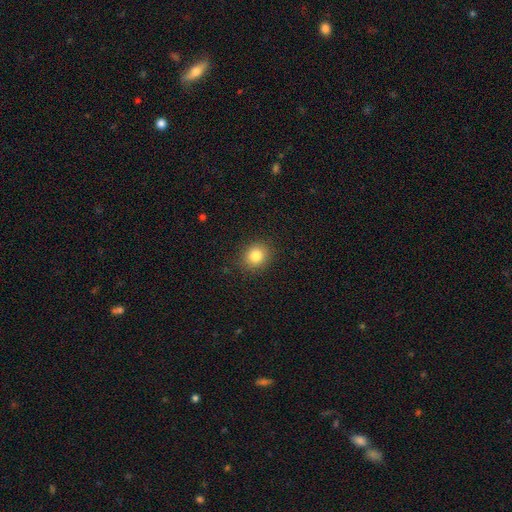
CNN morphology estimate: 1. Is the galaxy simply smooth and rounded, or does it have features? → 82% smooth, 11% star or artifact, 7% featured or disk.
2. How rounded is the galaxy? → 77% round, 22% in between, 1% cigar-shaped.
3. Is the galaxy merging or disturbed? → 89% none, 8% minor disturbance, 2% major disturbance, 1% merger.